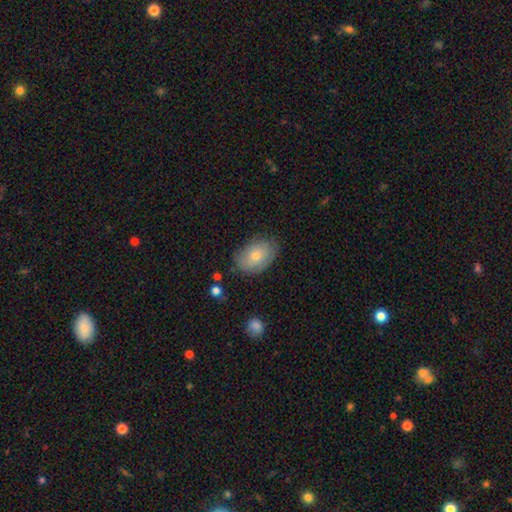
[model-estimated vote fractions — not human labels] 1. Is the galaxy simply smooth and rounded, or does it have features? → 72% smooth, 20% featured or disk, 8% star or artifact.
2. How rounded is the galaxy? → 86% in between, 13% round, 1% cigar-shaped.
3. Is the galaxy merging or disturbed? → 76% none, 19% minor disturbance, 4% major disturbance, 1% merger.